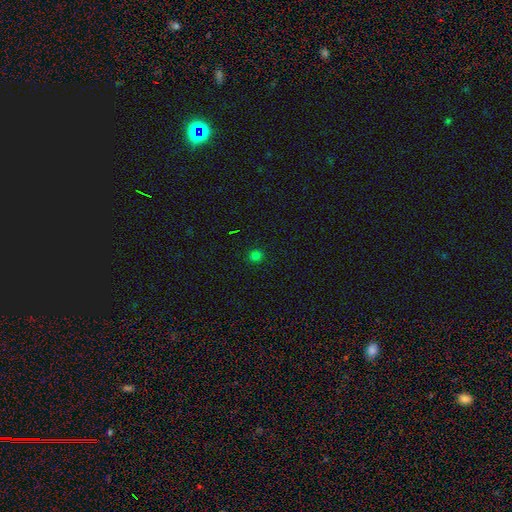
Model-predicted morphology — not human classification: type=smooth (77%); roundness=round (89%); merging=none (91%).